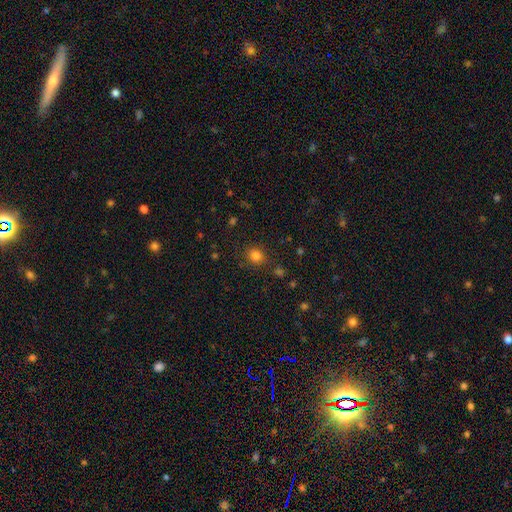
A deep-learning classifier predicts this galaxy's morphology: smooth-or-featured: smooth: 81% | star or artifact: 14% | featured or disk: 4%
  how-rounded: round: 75% | in between: 25% | cigar-shaped: 1%
  merging: none: 83% | minor disturbance: 11% | major disturbance: 4% | merger: 3%